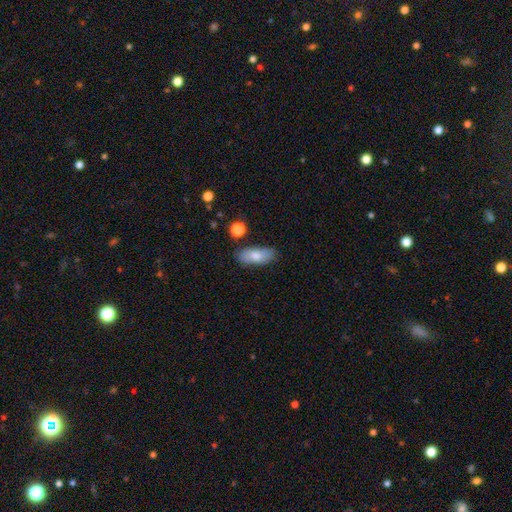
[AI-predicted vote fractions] smooth_or_featured: smooth (p=0.77) [alt: featured or disk p=0.16]
how_rounded: in between (p=0.83) [alt: cigar-shaped p=0.13]
merging: none (p=0.77) [alt: minor disturbance p=0.15]